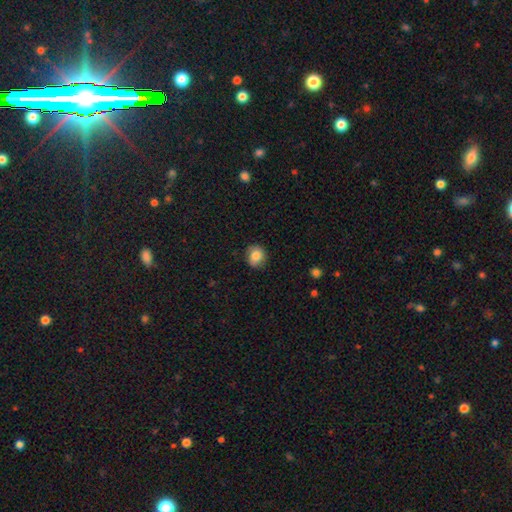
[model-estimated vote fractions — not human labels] Overall: smooth (84%). How rounded: round (77%). Merging: none (81%).